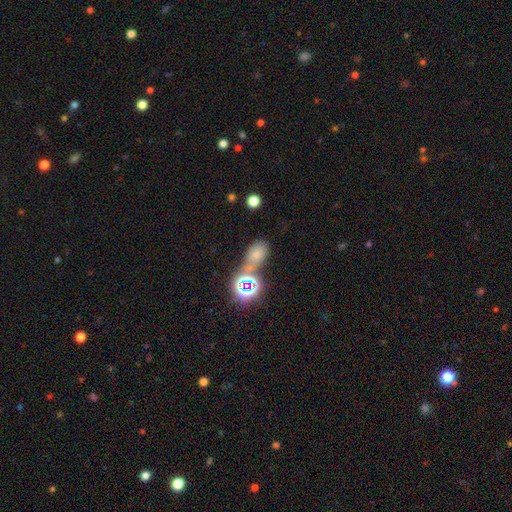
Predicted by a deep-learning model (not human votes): smooth-or-featured: smooth: 54% | star or artifact: 33% | featured or disk: 13%
  how-rounded: in between: 73% | round: 24% | cigar-shaped: 3%
  merging: none: 44% | merger: 28% | minor disturbance: 17% | major disturbance: 11%